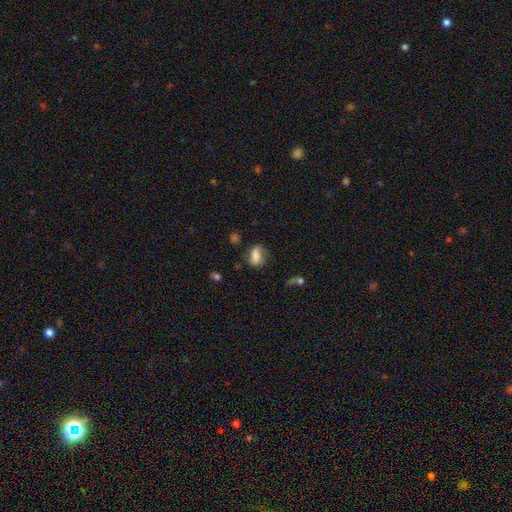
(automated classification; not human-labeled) This appears to be a smooth galaxy with no disk features (80%) that is in between round and cigar-shaped (83%). Merging: none (62%).